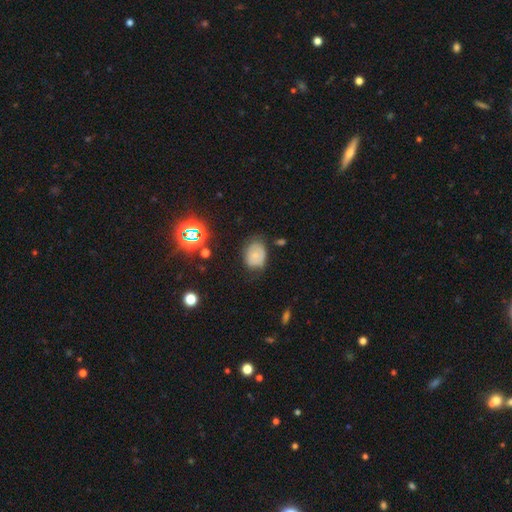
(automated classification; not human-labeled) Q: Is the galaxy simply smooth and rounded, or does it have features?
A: smooth — 65%.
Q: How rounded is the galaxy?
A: in between — 61%.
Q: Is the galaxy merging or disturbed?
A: none — 59%.